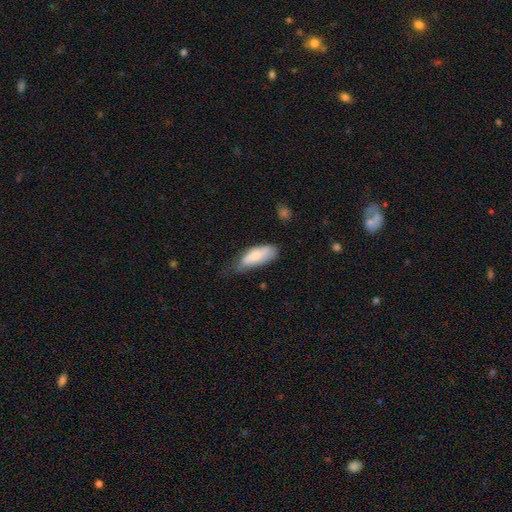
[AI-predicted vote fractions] Morphology: type=smooth (78%); roundness=in between (77%); merging=minor disturbance (44%).